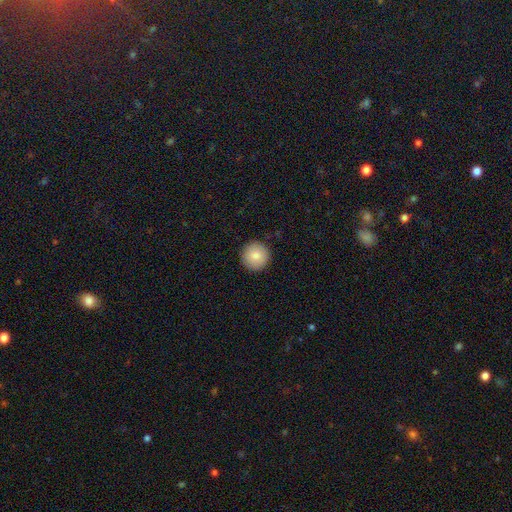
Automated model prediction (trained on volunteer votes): A smooth galaxy with no disk features (85%) that is round (96%). Merging: none (92%).